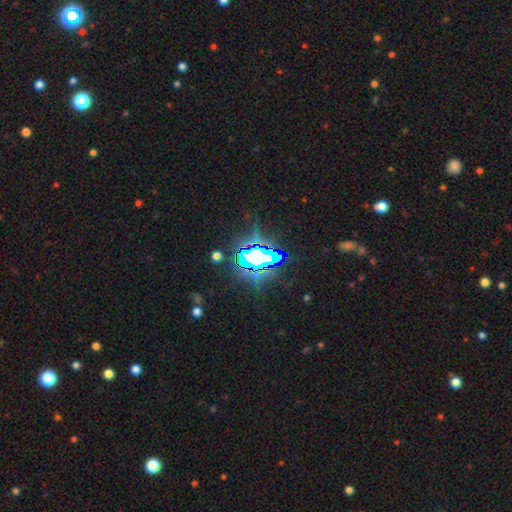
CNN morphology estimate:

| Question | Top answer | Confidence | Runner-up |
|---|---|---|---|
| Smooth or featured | star or artifact | 69% | smooth (17%) |